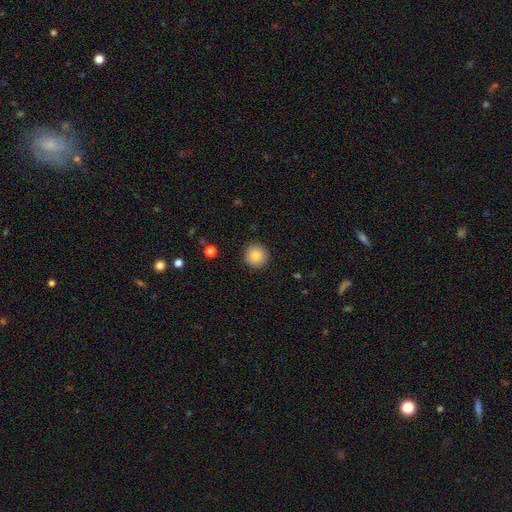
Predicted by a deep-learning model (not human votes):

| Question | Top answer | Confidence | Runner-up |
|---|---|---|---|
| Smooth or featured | smooth | 84% | star or artifact (9%) |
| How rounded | round | 95% | in between (4%) |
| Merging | none | 91% | minor disturbance (6%) |